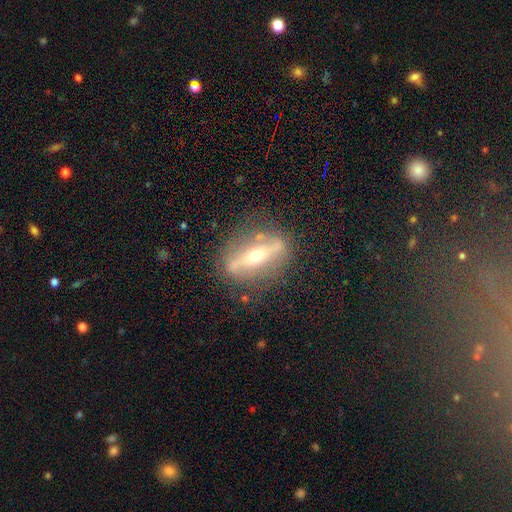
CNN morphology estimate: A featured or disk galaxy (76%) viewed edge-on (56%). Merging: none (79%).